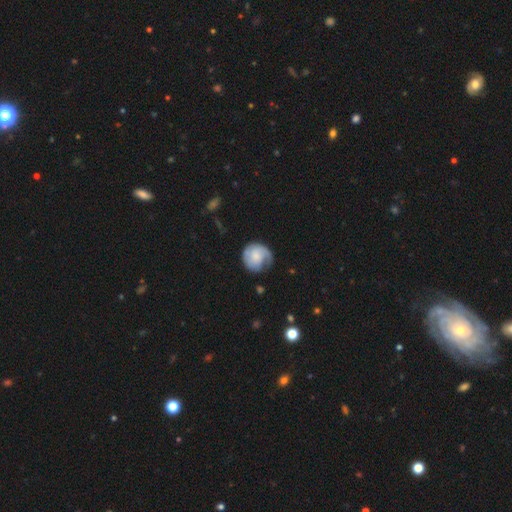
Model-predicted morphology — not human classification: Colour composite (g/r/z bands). It shows a smooth galaxy with no disk features (48%). Merging: none (54%).